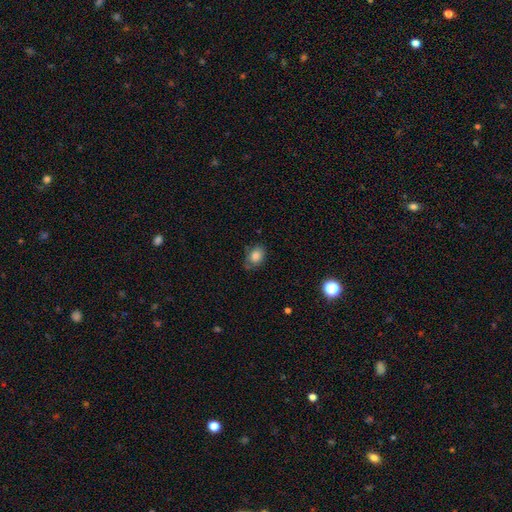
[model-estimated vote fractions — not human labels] The model was most divided on "merging": none: 65%, minor disturbance: 26%, major disturbance: 7%, merger: 2%. More confident: smooth or featured — smooth (80%); how rounded — in between (74%).